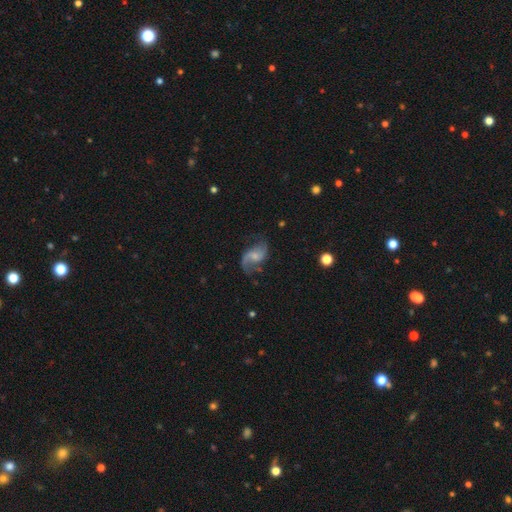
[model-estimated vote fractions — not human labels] Smooth or featured? Predicted: featured or disk (p=0.82). Edge-on disk? Predicted: no (p=0.98). Bar? Predicted: no (p=0.46). Spiral arms? Predicted: yes (p=0.95). Spiral winding? Predicted: loose (p=0.65). Spiral arm count? Predicted: 2 (p=0.88). Bulge size? Predicted: small (p=0.49). Merging? Predicted: none (p=0.66).